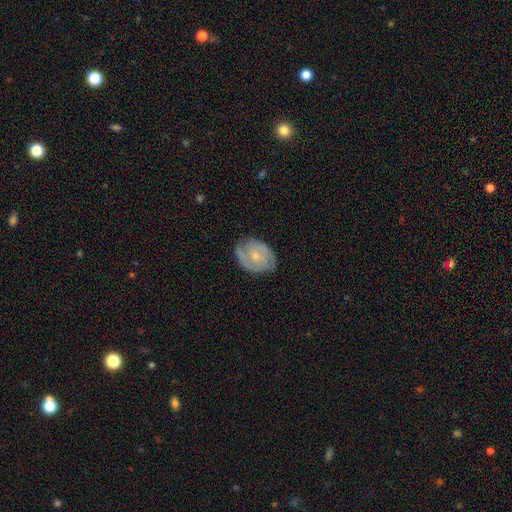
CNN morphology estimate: Q: Smooth or featured?
A: featured or disk (64%); runner-up: smooth (30%)
Q: Edge-on disk?
A: no (97%); runner-up: yes (3%)
Q: Bar?
A: no (74%); runner-up: weak (22%)
Q: Spiral arms?
A: yes (82%); runner-up: no (18%)
Q: Spiral winding?
A: tight (56%); runner-up: medium (34%)
Q: Spiral arm count?
A: 2 (55%); runner-up: can't tell (27%)
Q: Bulge size?
A: small (60%); runner-up: moderate (36%)
Q: Merging?
A: none (72%); runner-up: minor disturbance (21%)